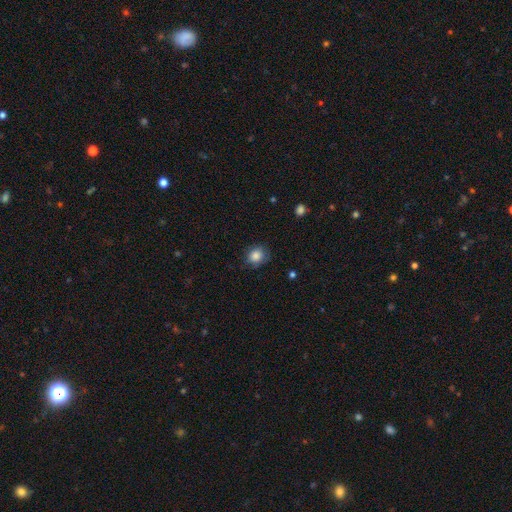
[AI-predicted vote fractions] smooth-or-featured: smooth: 85% | star or artifact: 9% | featured or disk: 6%
  how-rounded: round: 74% | in between: 25% | cigar-shaped: 1%
  merging: none: 75% | minor disturbance: 19% | major disturbance: 4% | merger: 1%